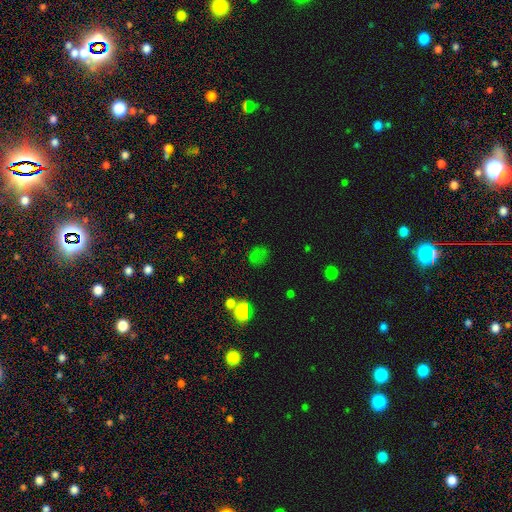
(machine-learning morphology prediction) smooth_or_featured: smooth (p=0.54) [alt: star or artifact p=0.34]
how_rounded: round (p=0.59) [alt: in between p=0.39]
merging: none (p=0.59) [alt: minor disturbance p=0.19]